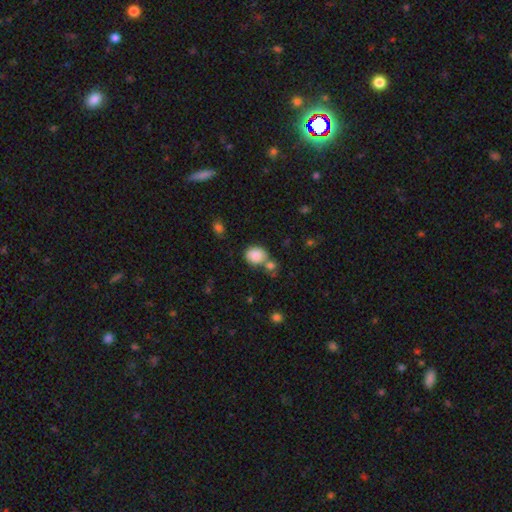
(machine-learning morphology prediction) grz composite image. It shows a smooth galaxy with no disk features (86%) that is round (63%). Merging: none (55%).